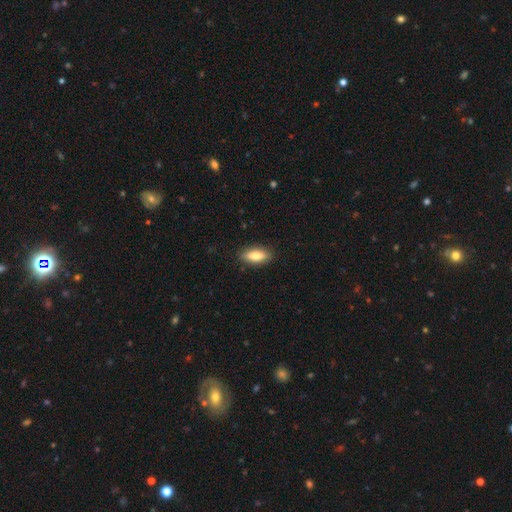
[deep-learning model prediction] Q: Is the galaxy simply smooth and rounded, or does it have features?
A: smooth — 78%.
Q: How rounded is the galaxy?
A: in between — 75%.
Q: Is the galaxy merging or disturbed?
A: none — 88%.